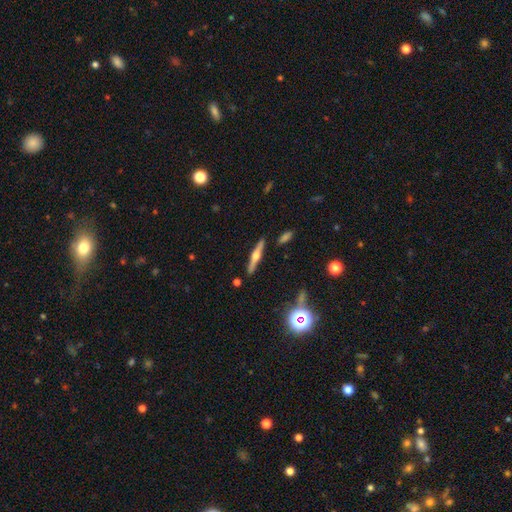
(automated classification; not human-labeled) Smooth or featured: featured or disk — 69% (smooth — 23%)
Edge-on disk: yes — 97% (no — 3%)
Edge-on bulge: rounded — 93% (boxy — 4%)
Merging: none — 89% (minor disturbance — 7%)